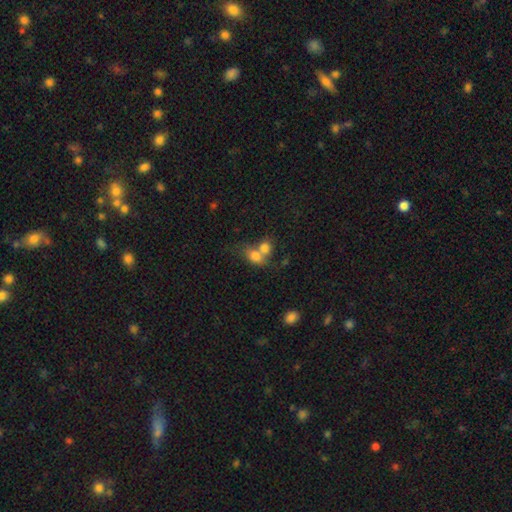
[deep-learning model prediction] Q: Smooth or featured?
A: smooth (76%); runner-up: featured or disk (14%)
Q: How rounded?
A: in between (54%); runner-up: round (44%)
Q: Merging?
A: merger (66%); runner-up: none (22%)